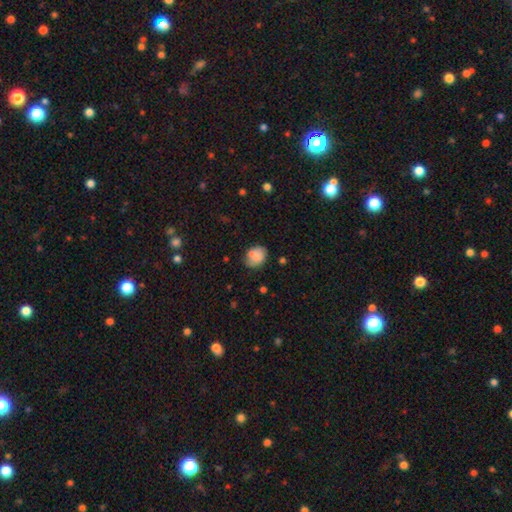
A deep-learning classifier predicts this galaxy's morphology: smooth-or-featured: smooth: 80% | featured or disk: 11% | star or artifact: 9%
  how-rounded: in between: 55% | round: 44% | cigar-shaped: 1%
  merging: none: 62% | minor disturbance: 22% | merger: 10% | major disturbance: 6%